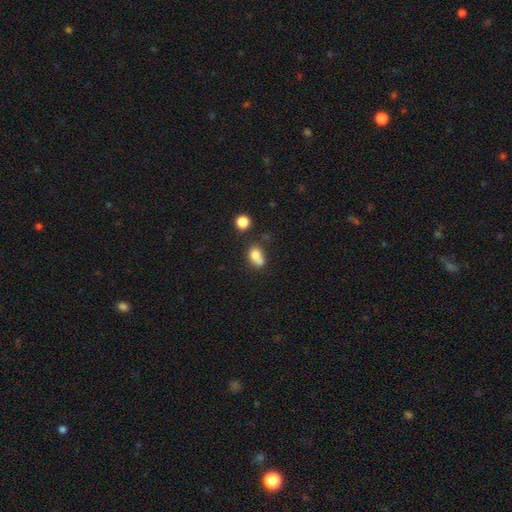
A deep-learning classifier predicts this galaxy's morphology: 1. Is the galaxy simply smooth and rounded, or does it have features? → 74% smooth, 14% featured or disk, 12% star or artifact.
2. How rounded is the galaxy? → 50% round, 49% in between, 1% cigar-shaped.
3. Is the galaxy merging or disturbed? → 47% merger, 32% none, 14% minor disturbance, 7% major disturbance.